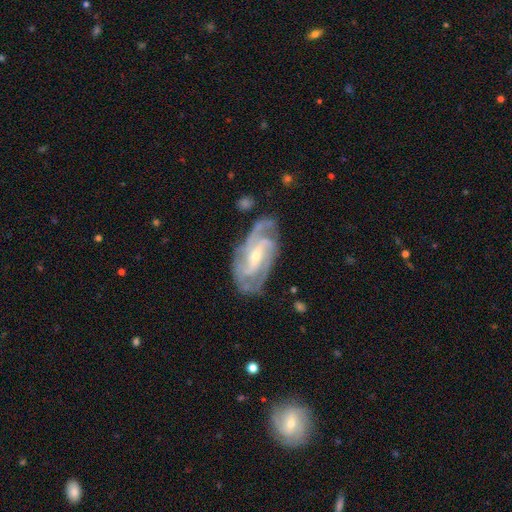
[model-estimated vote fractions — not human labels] Overall: featured or disk (91%). Edge-on disk: no (96%). Bar: weak (45%; strong 31%). Spiral arms: yes (97%). Spiral arm count: 3 (36%; 2 29%). Spiral winding: tight (47%; medium 43%). Bulge size: small (62%; moderate 35%). Merging: none (71%).